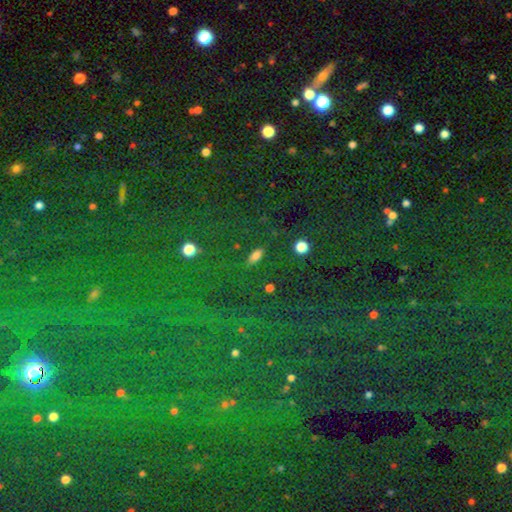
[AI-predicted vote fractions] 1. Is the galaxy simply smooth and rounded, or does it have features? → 77% smooth, 14% star or artifact, 9% featured or disk.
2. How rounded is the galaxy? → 73% in between, 18% cigar-shaped, 10% round.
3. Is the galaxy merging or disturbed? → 86% none, 9% minor disturbance, 3% major disturbance, 2% merger.